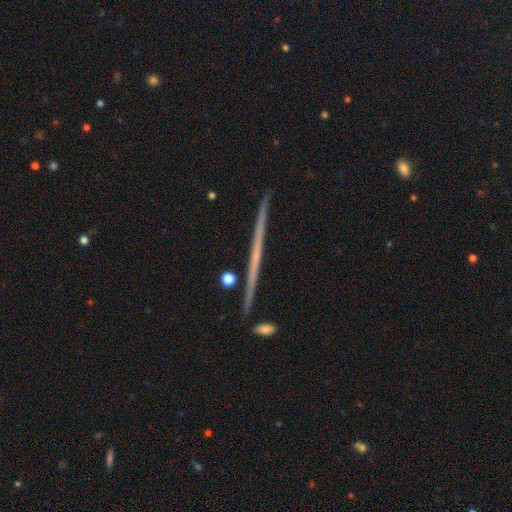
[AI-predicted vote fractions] smooth_or_featured: featured or disk (p=0.70) [alt: smooth p=0.23]
disk_edge_on: yes (p=0.98) [alt: no p=0.02]
edge_on_bulge: none (p=0.84) [alt: rounded p=0.12]
merging: none (p=0.90) [alt: minor disturbance p=0.05]